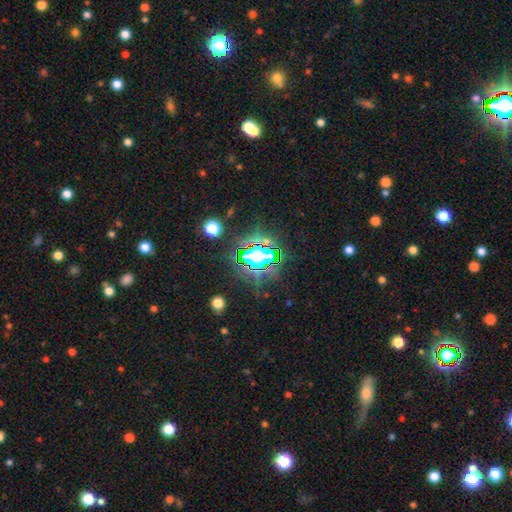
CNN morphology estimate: A star or artifact, not a galaxy (70%).

Vote fractions:
- Smooth or featured? star or artifact: 70% / smooth: 17% / featured or disk: 13%